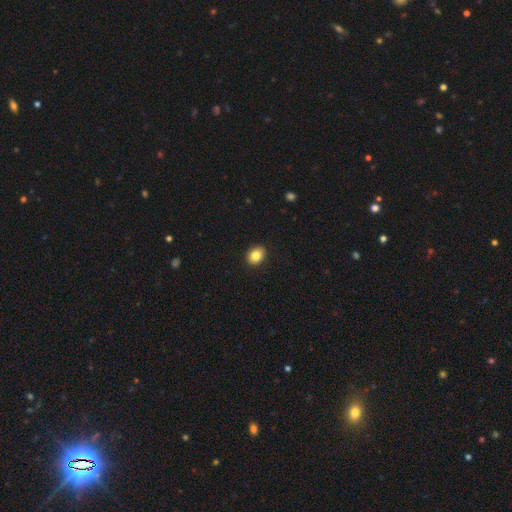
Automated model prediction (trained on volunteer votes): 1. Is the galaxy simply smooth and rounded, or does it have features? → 84% smooth, 9% star or artifact, 6% featured or disk.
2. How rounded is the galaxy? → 52% in between, 47% round, 1% cigar-shaped.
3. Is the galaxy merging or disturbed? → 89% none, 8% minor disturbance, 2% major disturbance, 1% merger.